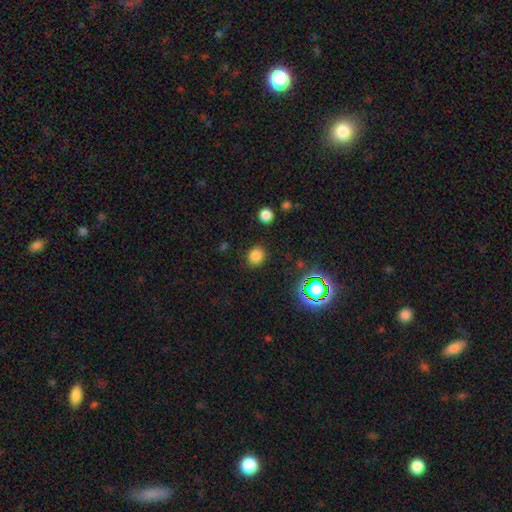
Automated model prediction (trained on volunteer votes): A smooth galaxy with no disk features (79%) that is round (70%).

Vote fractions:
- Smooth or featured? smooth: 79% / star or artifact: 17% / featured or disk: 5%
- How rounded? round: 70% / in between: 29% / cigar-shaped: 1%
- Merging? none: 87% / minor disturbance: 8% / major disturbance: 3% / merger: 2%